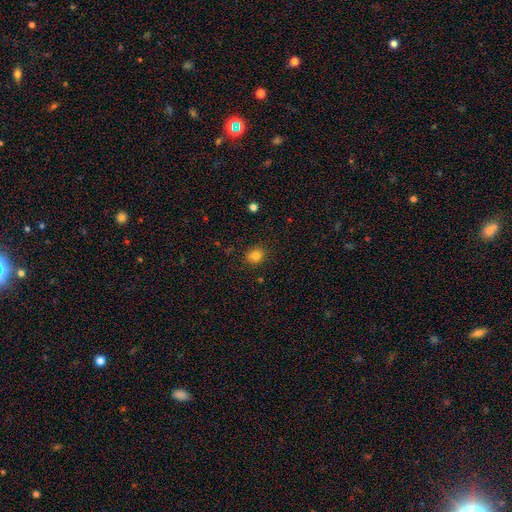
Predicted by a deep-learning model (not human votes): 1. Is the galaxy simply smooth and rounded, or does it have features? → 82% smooth, 12% star or artifact, 6% featured or disk.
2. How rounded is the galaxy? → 79% round, 20% in between, 1% cigar-shaped.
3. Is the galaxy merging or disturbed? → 85% none, 11% minor disturbance, 3% major disturbance, 2% merger.